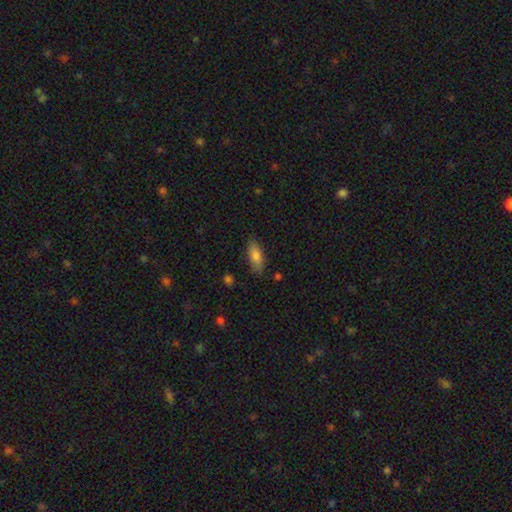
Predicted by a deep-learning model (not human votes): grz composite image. It shows a smooth galaxy with no disk features (81%) that is in between round and cigar-shaped (71%). Merging: none (81%).